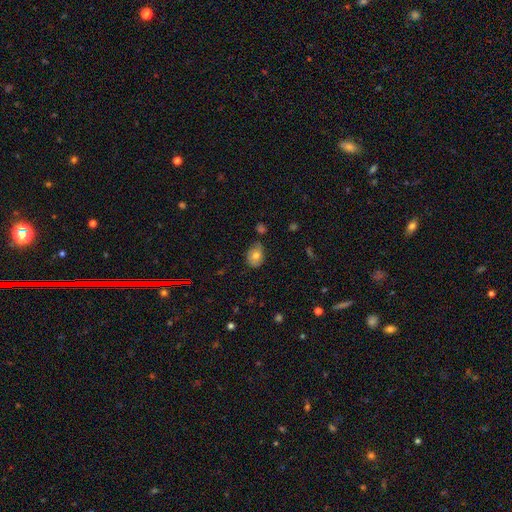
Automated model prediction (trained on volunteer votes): smooth 76%, featured or disk 15%, star or artifact 10%. Down the decision tree: how rounded — in between (71%); merging — none (67%).